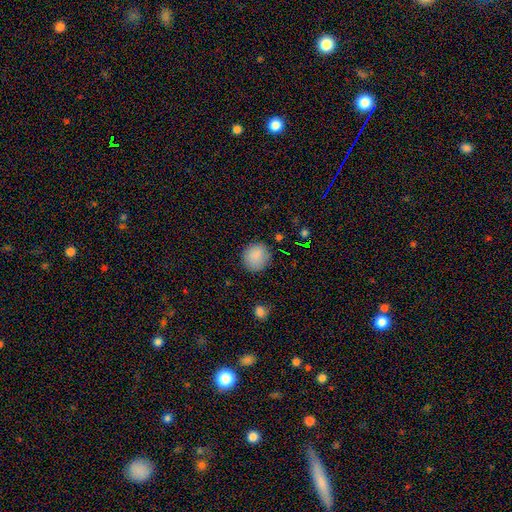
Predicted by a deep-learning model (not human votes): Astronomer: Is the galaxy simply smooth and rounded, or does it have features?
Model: smooth — 87%.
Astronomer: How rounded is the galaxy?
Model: round — 87%.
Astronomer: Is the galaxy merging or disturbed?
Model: none — 85%.